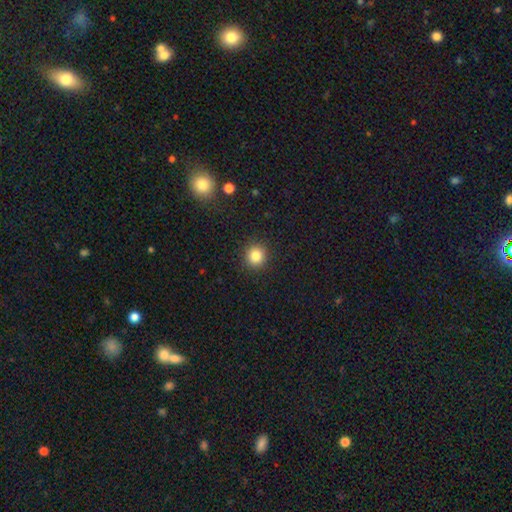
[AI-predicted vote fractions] This appears to be a smooth galaxy with no disk features (83%) that is round (92%). Merging: none (92%).